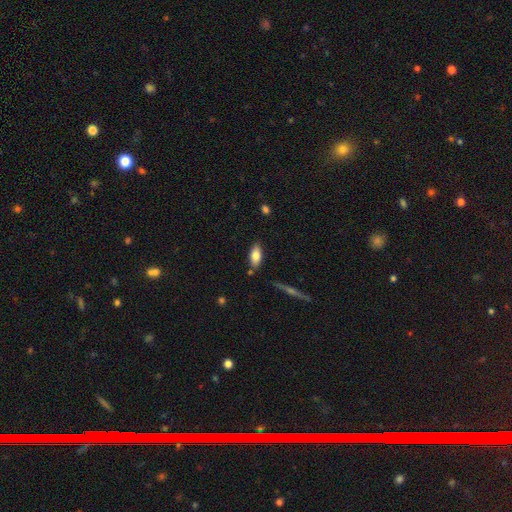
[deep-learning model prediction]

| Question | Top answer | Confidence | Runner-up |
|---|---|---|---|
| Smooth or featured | smooth | 76% | featured or disk (17%) |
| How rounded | in between | 86% | cigar-shaped (11%) |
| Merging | none | 82% | minor disturbance (12%) |